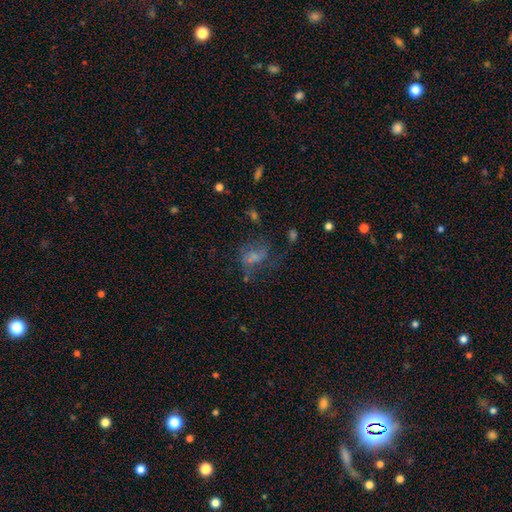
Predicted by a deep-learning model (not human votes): Smooth or featured? smooth (42%)
Merging? major disturbance (38%)